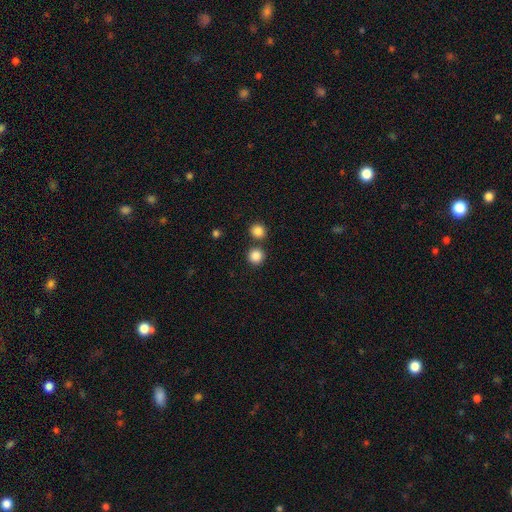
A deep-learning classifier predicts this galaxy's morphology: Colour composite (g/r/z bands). It shows a smooth galaxy with no disk features (85%) that is round (93%). Merging: none (79%).